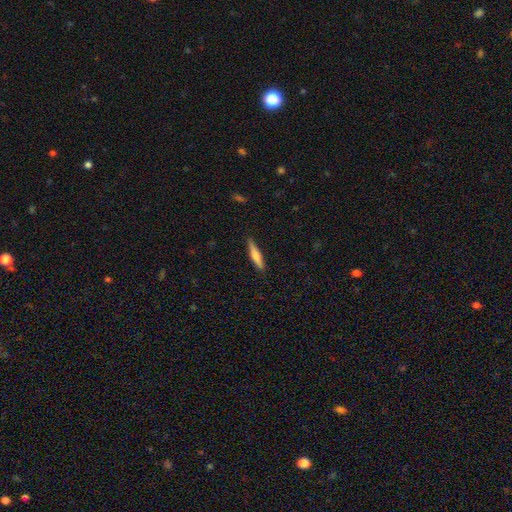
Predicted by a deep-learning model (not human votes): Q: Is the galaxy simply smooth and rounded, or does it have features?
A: smooth — 66%.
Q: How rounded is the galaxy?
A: cigar-shaped — 87%.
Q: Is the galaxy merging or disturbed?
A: none — 86%.